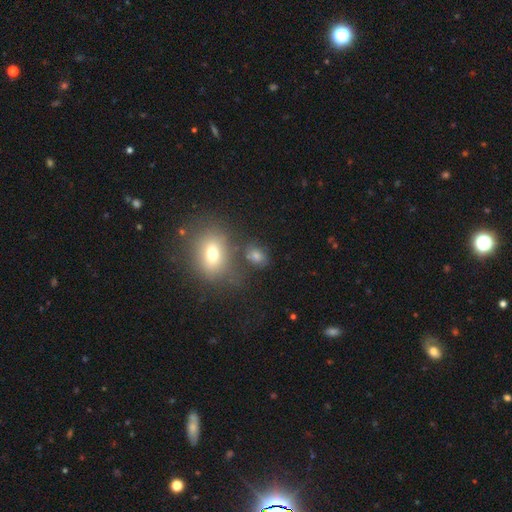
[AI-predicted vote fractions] Overall: smooth (67%). How rounded: in between (60%; round 38%). Merging: none (65%).